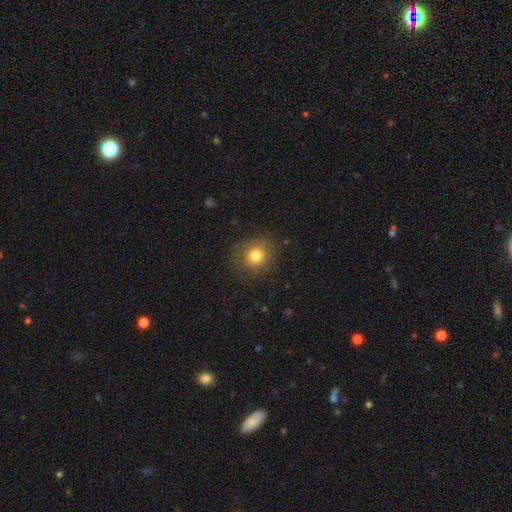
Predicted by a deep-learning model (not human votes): Smooth or featured: smooth — 79% (star or artifact — 12%)
How rounded: round — 81% (in between — 18%)
Merging: none — 82% (minor disturbance — 12%)